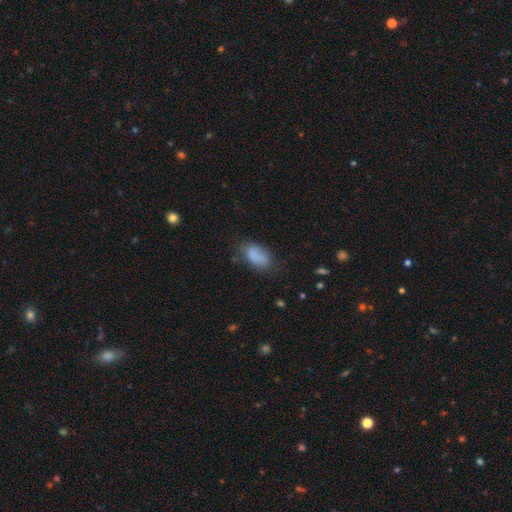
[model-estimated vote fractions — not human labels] Smooth or featured?
  - smooth: 81% *
  - featured or disk: 11%
  - star or artifact: 9%
How rounded?
  - in between: 91% *
  - round: 6%
  - cigar-shaped: 3%
Merging?
  - none: 60% *
  - minor disturbance: 27%
  - major disturbance: 10%
  - merger: 3%